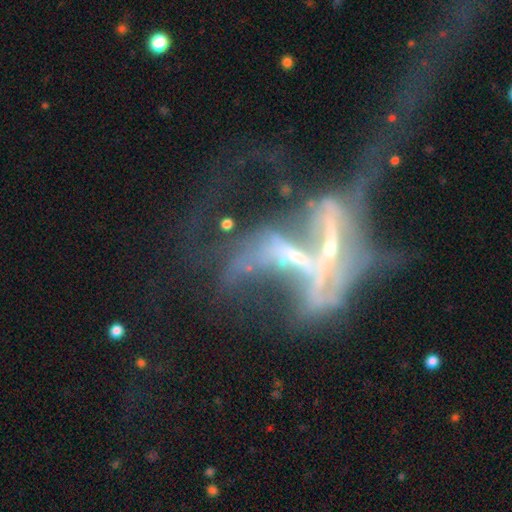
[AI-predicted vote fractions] Smooth or featured? featured or disk (70%)
Edge-on disk? no (77%)
Bar? no (61%)
Spiral arms? no (68%)
Bulge size? small (36%)
Merging? merger (55%)